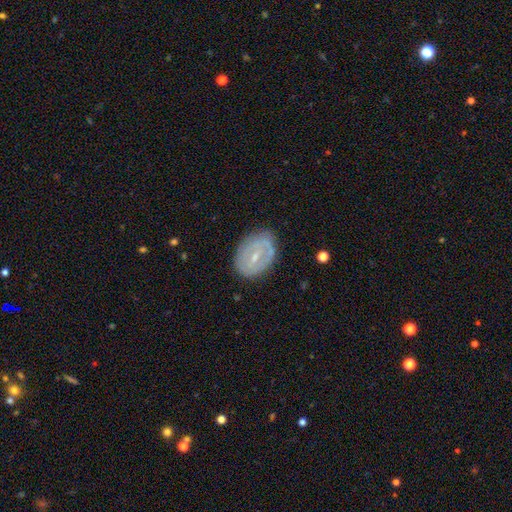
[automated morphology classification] Smooth or featured?
  - featured or disk: 66% *
  - smooth: 27%
  - star or artifact: 7%
Edge-on disk?
  - no: 95% *
  - yes: 5%
Bar?
  - weak: 47% *
  - strong: 28%
  - no: 25%
Spiral arms?
  - no: 53% *
  - yes: 47%
Bulge size?
  - small: 64% *
  - moderate: 30%
  - none: 3%
  - large: 1%
  - dominant: 1%
Merging?
  - none: 75% *
  - minor disturbance: 17%
  - major disturbance: 6%
  - merger: 1%